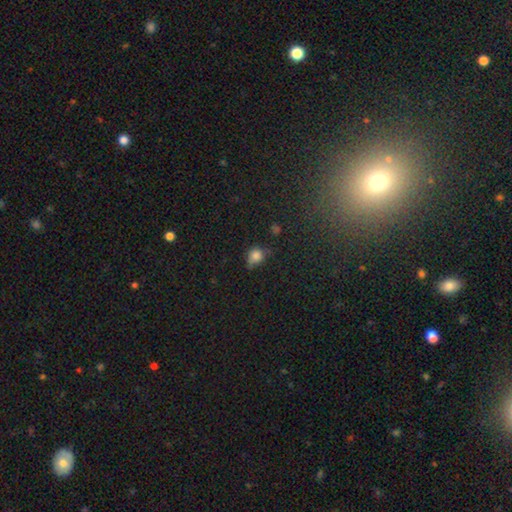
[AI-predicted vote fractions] The model was most divided on "merging": none: 47%, minor disturbance: 36%, major disturbance: 13%, merger: 4%. More confident: smooth or featured — smooth (78%); how rounded — round (67%).